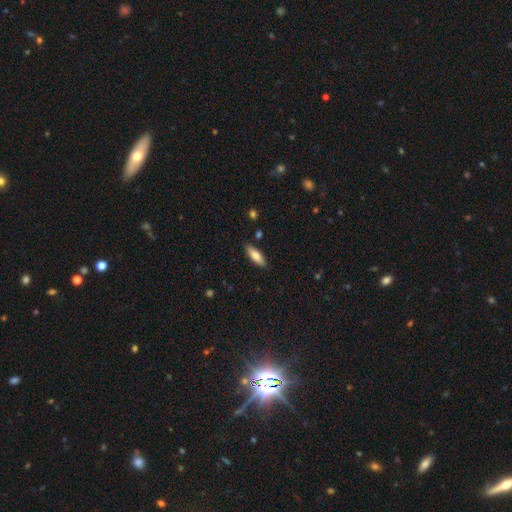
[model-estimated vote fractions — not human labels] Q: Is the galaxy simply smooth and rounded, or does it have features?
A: smooth — 76%.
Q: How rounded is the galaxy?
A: in between — 54%.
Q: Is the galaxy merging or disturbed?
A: none — 86%.